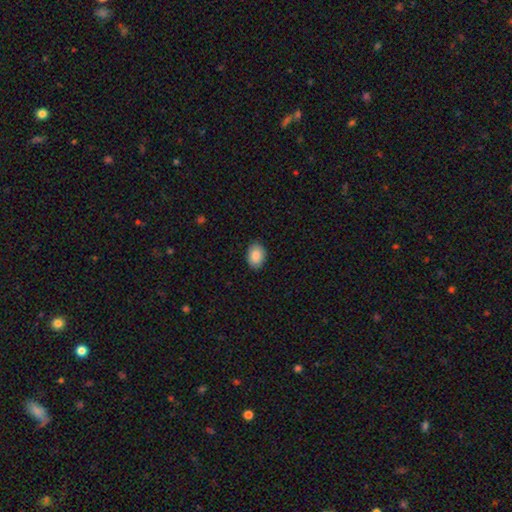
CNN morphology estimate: smooth 88%, star or artifact 7%, featured or disk 5%. Down the decision tree: how rounded — in between (80%); merging — none (88%).